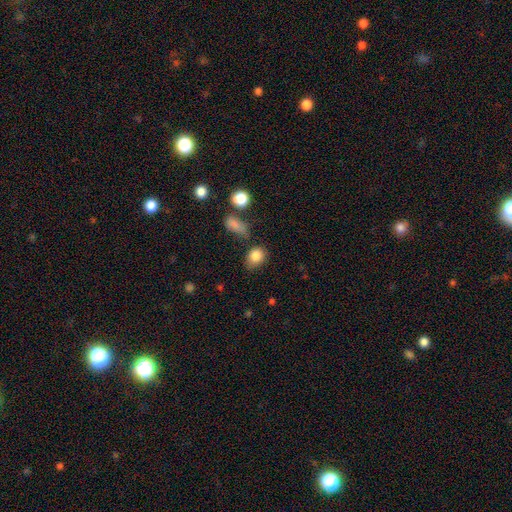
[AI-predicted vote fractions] Q: Smooth or featured?
A: smooth (84%); runner-up: star or artifact (9%)
Q: How rounded?
A: in between (57%); runner-up: round (41%)
Q: Merging?
A: none (65%); runner-up: minor disturbance (22%)